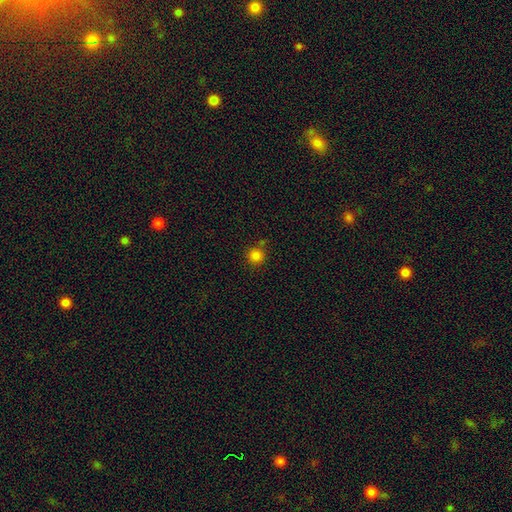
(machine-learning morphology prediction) smooth_or_featured: smooth (p=0.84) [alt: star or artifact p=0.13]
how_rounded: round (p=0.94) [alt: in between p=0.05]
merging: none (p=0.76) [alt: merger p=0.11]